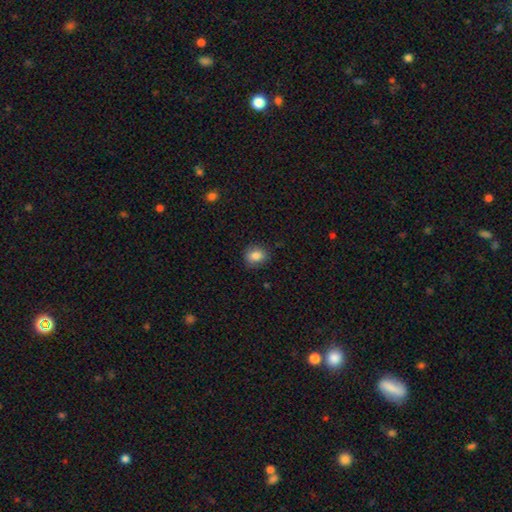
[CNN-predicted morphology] Overall: smooth (84%). How rounded: round (60%; in between 39%). Merging: none (83%).